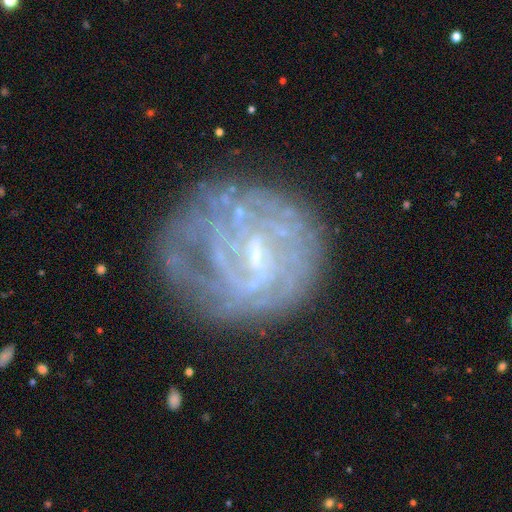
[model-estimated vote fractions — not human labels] Smooth or featured?
  - featured or disk: 73% *
  - smooth: 17%
  - star or artifact: 10%
Edge-on disk?
  - no: 97% *
  - yes: 3%
Bar?
  - weak: 52% *
  - no: 27%
  - strong: 21%
Spiral arms?
  - yes: 68% *
  - no: 32%
Bulge size?
  - small: 64% *
  - none: 21%
  - moderate: 12%
  - large: 1%
  - dominant: 1%
Merging?
  - none: 56% *
  - minor disturbance: 21%
  - major disturbance: 20%
  - merger: 3%